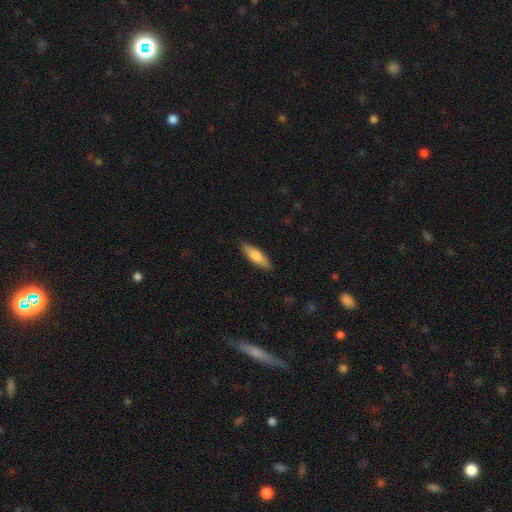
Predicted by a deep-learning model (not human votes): Q: Smooth or featured?
A: smooth (74%); runner-up: featured or disk (21%)
Q: How rounded?
A: cigar-shaped (53%); runner-up: in between (45%)
Q: Merging?
A: none (89%); runner-up: minor disturbance (9%)